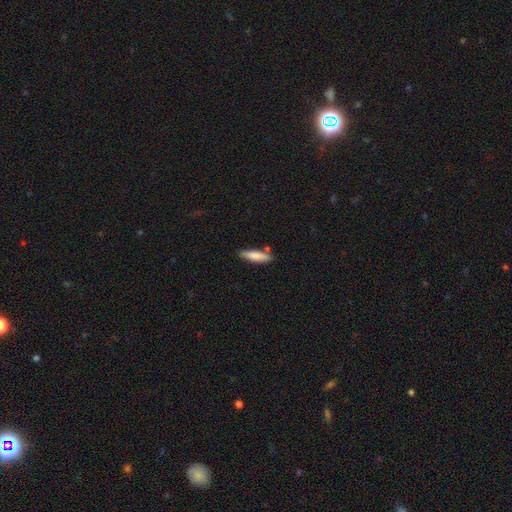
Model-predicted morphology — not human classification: A smooth galaxy with no disk features (81%) that is cigar-shaped (72%).

Vote fractions:
- Smooth or featured? smooth: 81% / featured or disk: 14% / star or artifact: 6%
- How rounded? cigar-shaped: 72% / in between: 27% / round: 2%
- Merging? none: 79% / minor disturbance: 13% / merger: 5% / major disturbance: 2%